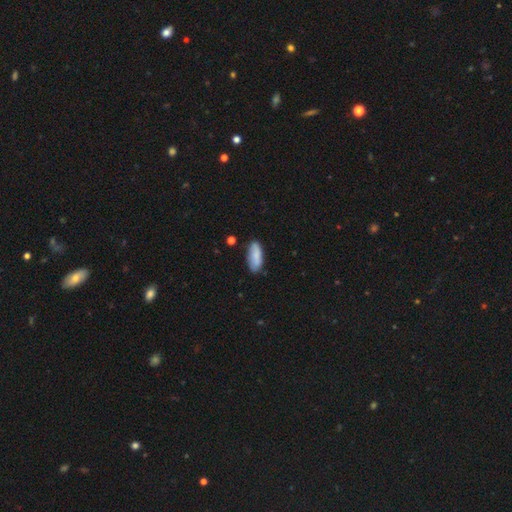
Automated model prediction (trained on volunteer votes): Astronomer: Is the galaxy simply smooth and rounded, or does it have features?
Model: smooth — 84%.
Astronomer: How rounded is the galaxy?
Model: in between — 75%.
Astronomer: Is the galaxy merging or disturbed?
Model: none — 76%.